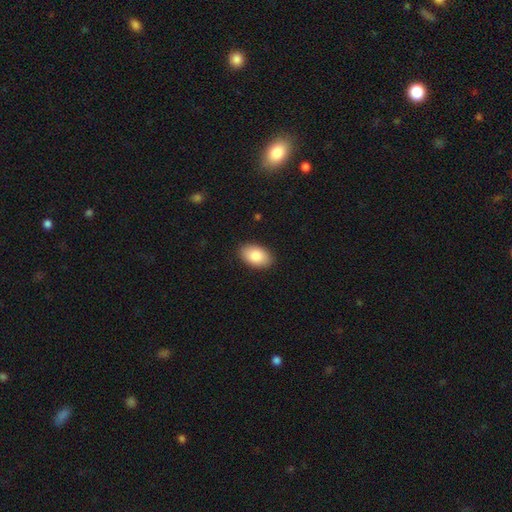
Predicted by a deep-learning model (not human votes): Smooth or featured? Predicted: smooth (p=0.88). How rounded? Predicted: in between (p=0.93). Merging? Predicted: none (p=0.89).